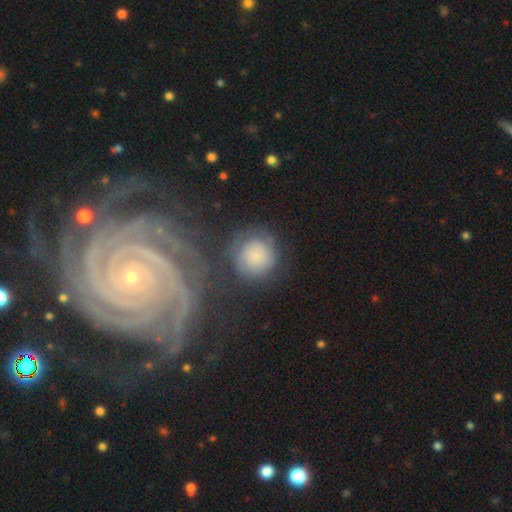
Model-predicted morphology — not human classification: smooth-or-featured: smooth: 67% | featured or disk: 22% | star or artifact: 11%
  how-rounded: round: 89% | in between: 10% | cigar-shaped: 1%
  merging: none: 59% | minor disturbance: 17% | merger: 13% | major disturbance: 11%